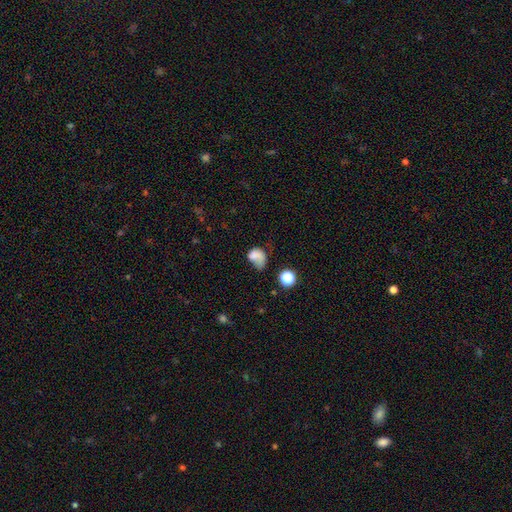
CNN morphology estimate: A smooth galaxy with no disk features (70%) that is in between round and cigar-shaped (61%).

Vote fractions:
- Smooth or featured? smooth: 70% / featured or disk: 18% / star or artifact: 12%
- How rounded? in between: 61% / round: 38% / cigar-shaped: 1%
- Merging? major disturbance: 37% / none: 27% / minor disturbance: 25% / merger: 11%